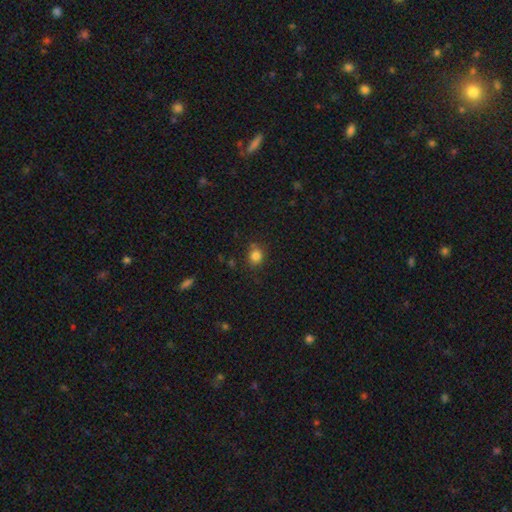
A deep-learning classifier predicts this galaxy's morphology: Smooth or featured? Predicted: smooth (p=0.83). How rounded? Predicted: round (p=0.75). Merging? Predicted: none (p=0.76).